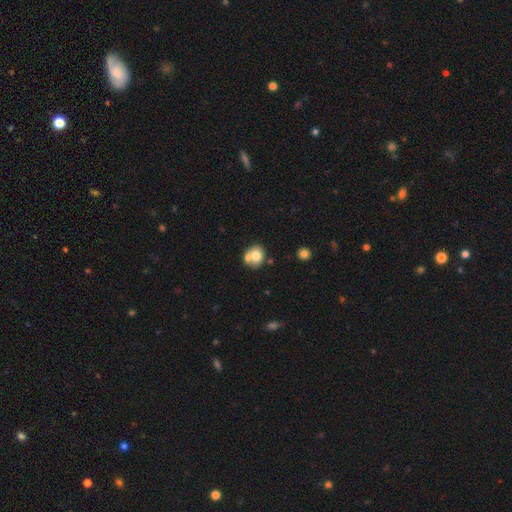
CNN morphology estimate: type=smooth (72%); roundness=round (66%); merging=none (44%).